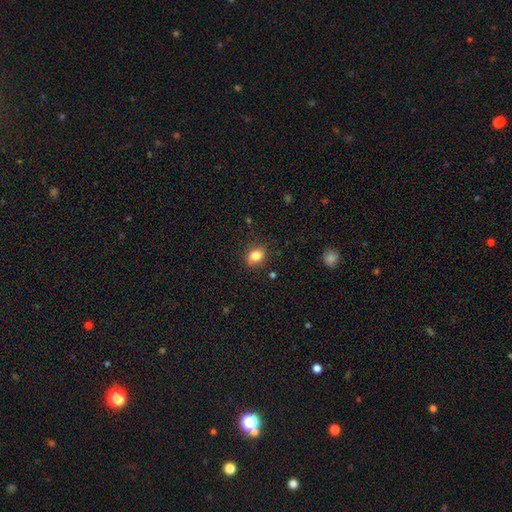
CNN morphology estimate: Q: Smooth or featured?
A: smooth (83%); runner-up: star or artifact (10%)
Q: How rounded?
A: round (50%); runner-up: in between (49%)
Q: Merging?
A: none (84%); runner-up: minor disturbance (11%)